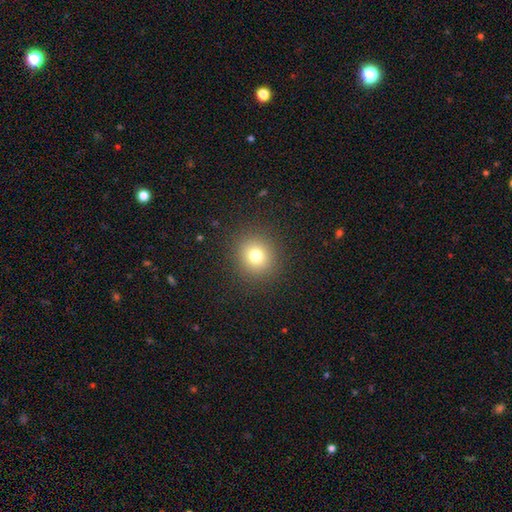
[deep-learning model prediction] Q: Smooth or featured?
A: smooth (77%); runner-up: star or artifact (14%)
Q: How rounded?
A: round (86%); runner-up: in between (13%)
Q: Merging?
A: none (90%); runner-up: minor disturbance (6%)